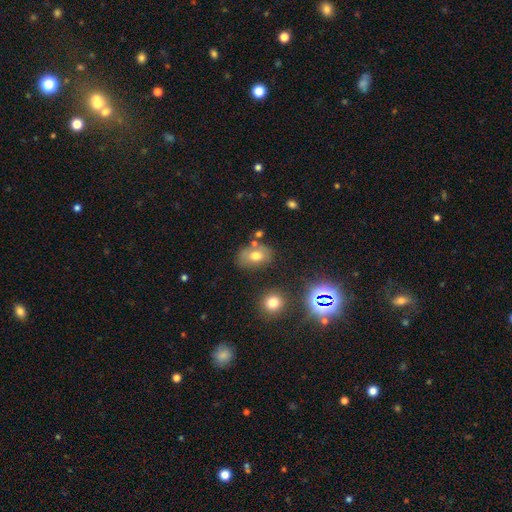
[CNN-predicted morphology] Smooth or featured? Predicted: smooth (p=0.68). How rounded? Predicted: in between (p=0.77). Merging? Predicted: none (p=0.67).